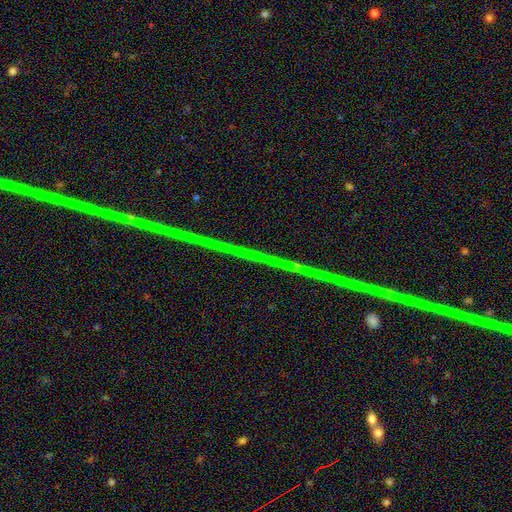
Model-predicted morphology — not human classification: A star or artifact, not a galaxy (77%).

Vote fractions:
- Smooth or featured? star or artifact: 77% / featured or disk: 16% / smooth: 7%